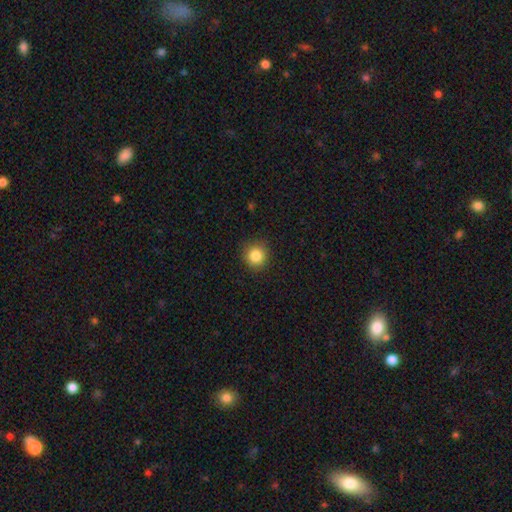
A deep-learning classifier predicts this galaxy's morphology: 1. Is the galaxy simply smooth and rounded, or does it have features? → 85% smooth, 10% star or artifact, 4% featured or disk.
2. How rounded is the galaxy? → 93% round, 6% in between, 1% cigar-shaped.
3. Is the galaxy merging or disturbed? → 90% none, 7% minor disturbance, 2% major disturbance, 1% merger.